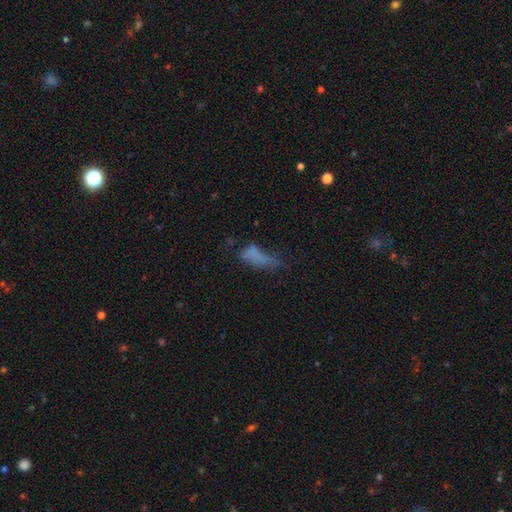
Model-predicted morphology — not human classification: The model was most divided on "merging": major disturbance: 36%, none: 30%, minor disturbance: 26%, merger: 7%. More confident: how rounded — in between (64%); smooth or featured — smooth (60%).